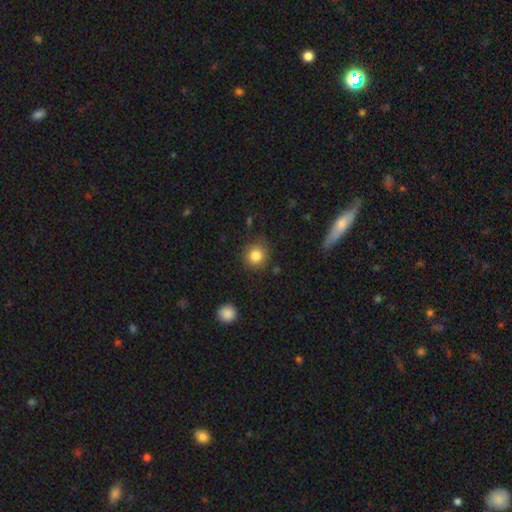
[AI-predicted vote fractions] A smooth galaxy with no disk features (84%) that is round (90%).

Vote fractions:
- Smooth or featured? smooth: 84% / star or artifact: 11% / featured or disk: 6%
- How rounded? round: 90% / in between: 10% / cigar-shaped: 1%
- Merging? none: 85% / minor disturbance: 10% / major disturbance: 3% / merger: 2%